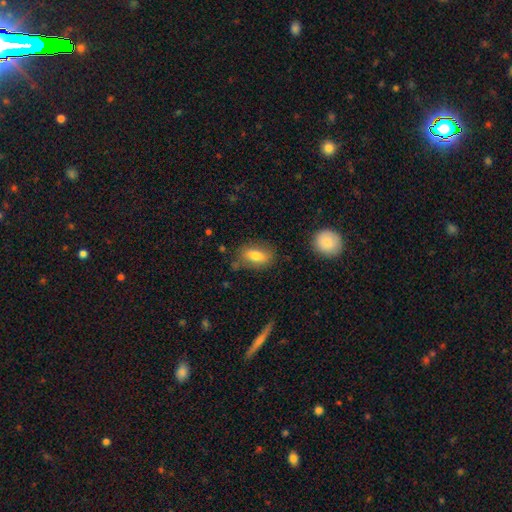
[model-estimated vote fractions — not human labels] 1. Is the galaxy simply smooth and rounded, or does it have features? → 75% smooth, 17% featured or disk, 8% star or artifact.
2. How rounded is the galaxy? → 83% in between, 9% round, 8% cigar-shaped.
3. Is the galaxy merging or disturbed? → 74% none, 18% minor disturbance, 5% major disturbance, 3% merger.